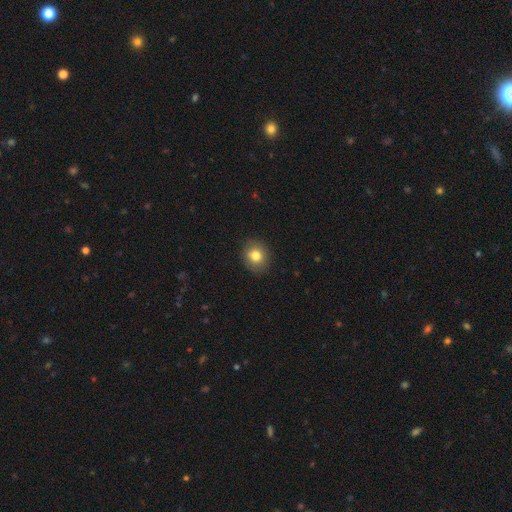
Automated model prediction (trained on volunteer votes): smooth-or-featured: smooth: 80% | featured or disk: 11% | star or artifact: 10%
  how-rounded: round: 68% | in between: 32% | cigar-shaped: 1%
  merging: none: 88% | minor disturbance: 9% | major disturbance: 2% | merger: 1%